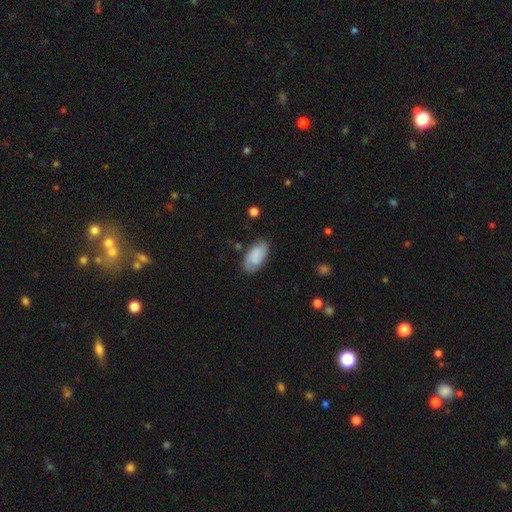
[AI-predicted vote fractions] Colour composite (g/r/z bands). It shows a smooth galaxy with no disk features (55%) that is in between round and cigar-shaped (94%). Merging: none (76%).